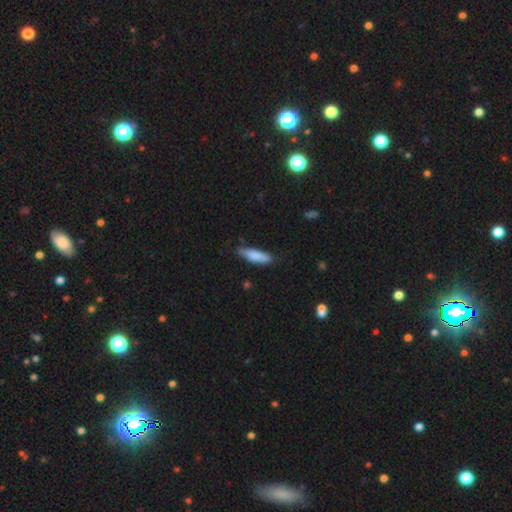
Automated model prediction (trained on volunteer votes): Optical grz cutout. It shows a smooth galaxy with no disk features (81%) that is cigar-shaped (67%). Merging: none (75%).